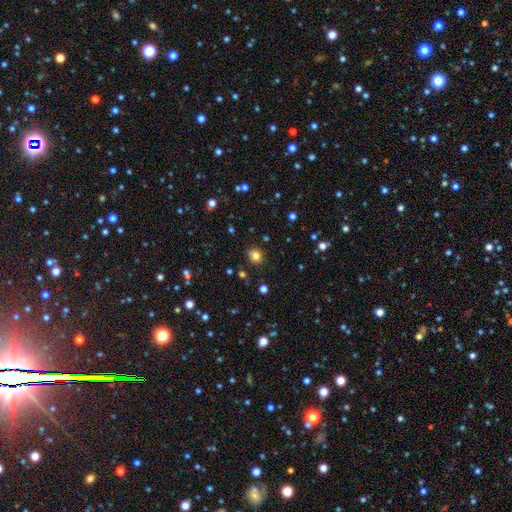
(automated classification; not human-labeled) smooth 80%, star or artifact 14%, featured or disk 6%. Down the decision tree: how rounded — round (79%); merging — none (86%).